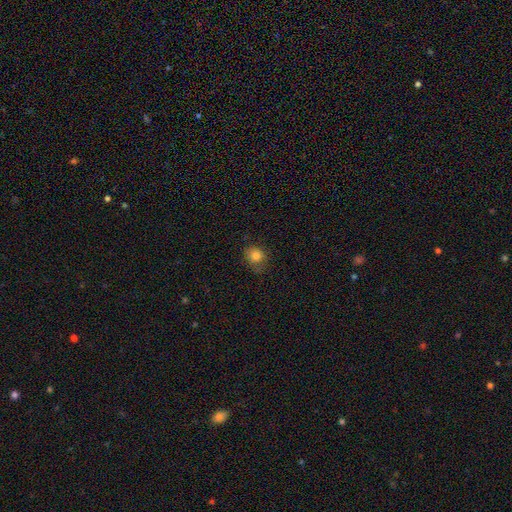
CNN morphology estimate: smooth-or-featured: smooth: 81% | star or artifact: 12% | featured or disk: 7%
  how-rounded: round: 78% | in between: 22% | cigar-shaped: 1%
  merging: none: 75% | minor disturbance: 19% | major disturbance: 4% | merger: 2%